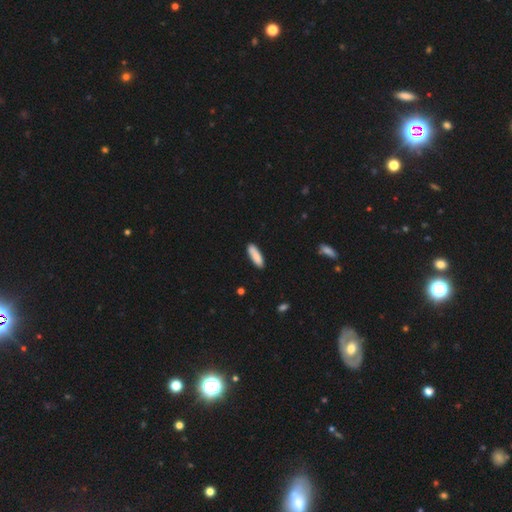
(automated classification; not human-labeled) The model was most divided on "how rounded": cigar-shaped: 56%, in between: 43%, round: 1%. More confident: smooth or featured — smooth (87%); merging — none (84%).